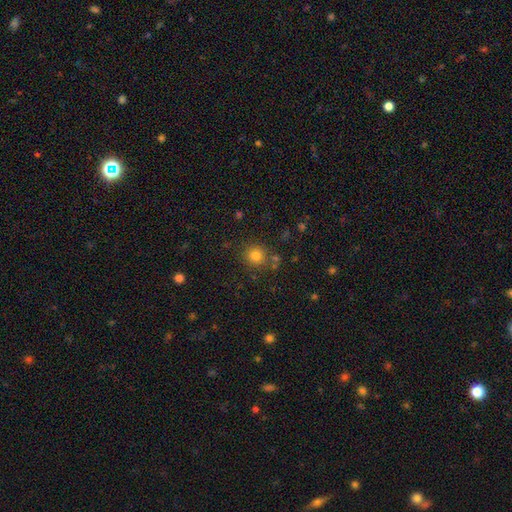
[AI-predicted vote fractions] smooth_or_featured: smooth (p=0.81) [alt: star or artifact p=0.14]
how_rounded: round (p=0.91) [alt: in between p=0.08]
merging: none (p=0.81) [alt: minor disturbance p=0.09]